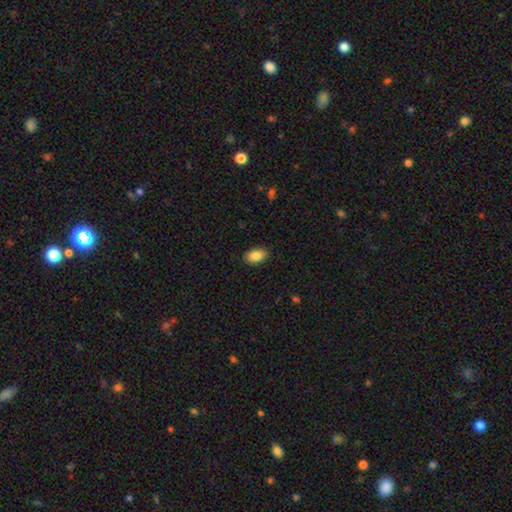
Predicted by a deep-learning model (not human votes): Smooth or featured: smooth — 86% (star or artifact — 8%)
How rounded: in between — 90% (round — 9%)
Merging: none — 88% (minor disturbance — 9%)